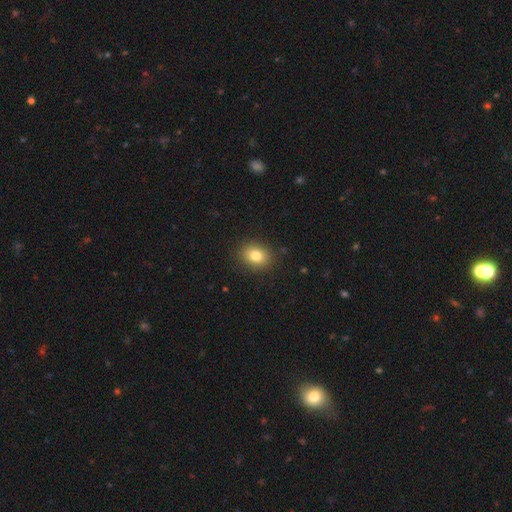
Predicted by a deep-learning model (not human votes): Smooth or featured? Predicted: smooth (p=0.81). How rounded? Predicted: in between (p=0.50). Merging? Predicted: none (p=0.88).